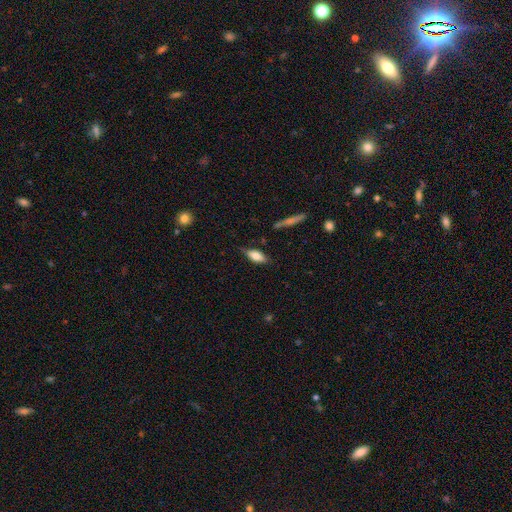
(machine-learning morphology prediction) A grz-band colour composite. It shows a smooth galaxy with no disk features (70%) that is in between round and cigar-shaped (76%). Merging: none (75%).